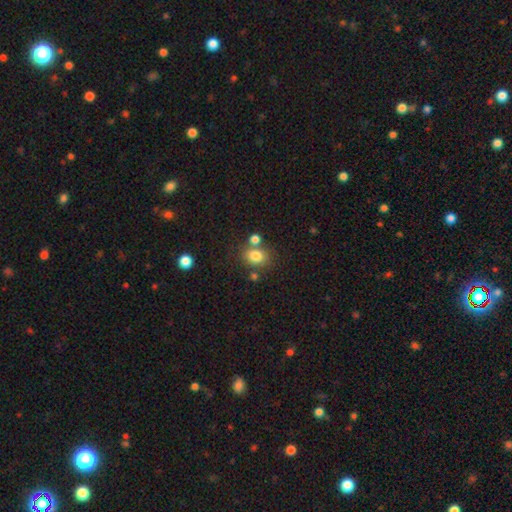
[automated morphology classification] A smooth galaxy with no disk features (80%) that is round (54%).

Vote fractions:
- Smooth or featured? smooth: 80% / star or artifact: 12% / featured or disk: 9%
- How rounded? round: 54% / in between: 45% / cigar-shaped: 1%
- Merging? none: 64% / merger: 20% / minor disturbance: 12% / major disturbance: 4%